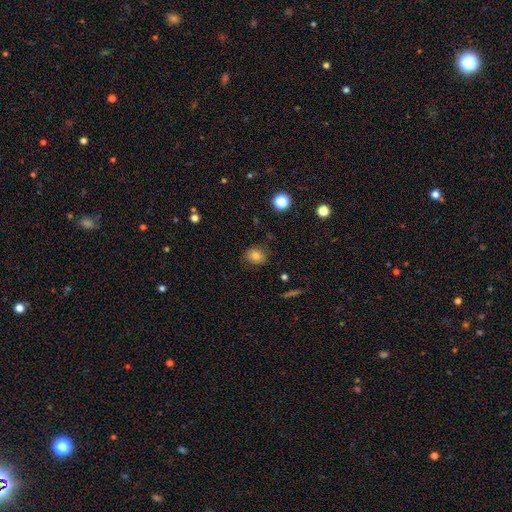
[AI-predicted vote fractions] Overall: smooth (80%). How rounded: round (67%; in between 32%). Merging: none (80%).